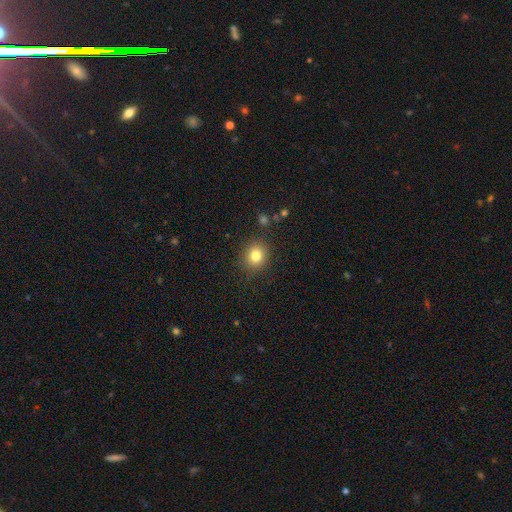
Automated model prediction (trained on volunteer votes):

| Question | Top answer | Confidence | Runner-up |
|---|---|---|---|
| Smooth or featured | smooth | 81% | star or artifact (12%) |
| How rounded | round | 82% | in between (17%) |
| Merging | none | 87% | minor disturbance (9%) |